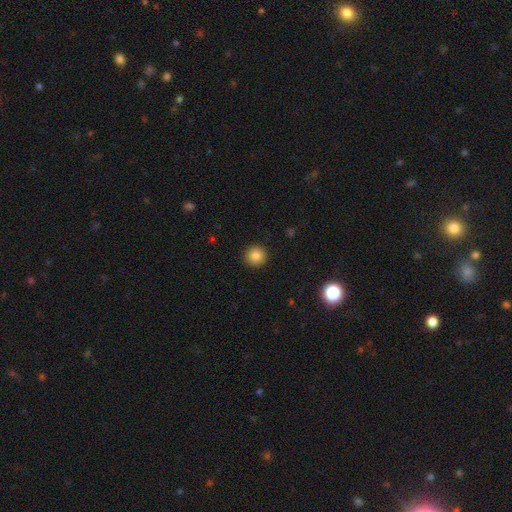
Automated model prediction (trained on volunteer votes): Smooth or featured: smooth — 84% (star or artifact — 10%)
How rounded: round — 95% (in between — 4%)
Merging: none — 93% (minor disturbance — 5%)